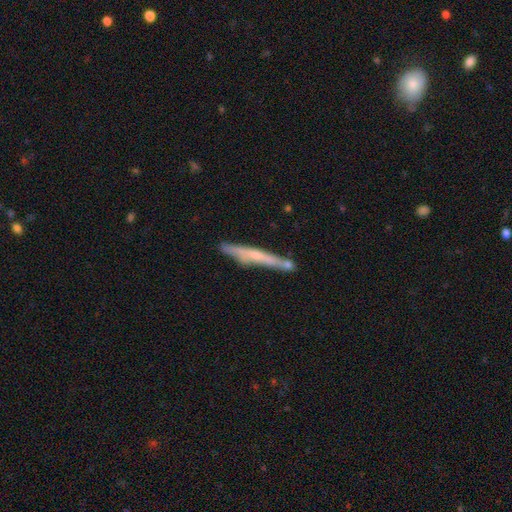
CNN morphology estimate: Q: Smooth or featured?
A: featured or disk (52%); runner-up: smooth (41%)
Q: Edge-on disk?
A: yes (92%); runner-up: no (8%)
Q: Merging?
A: none (72%); runner-up: minor disturbance (15%)